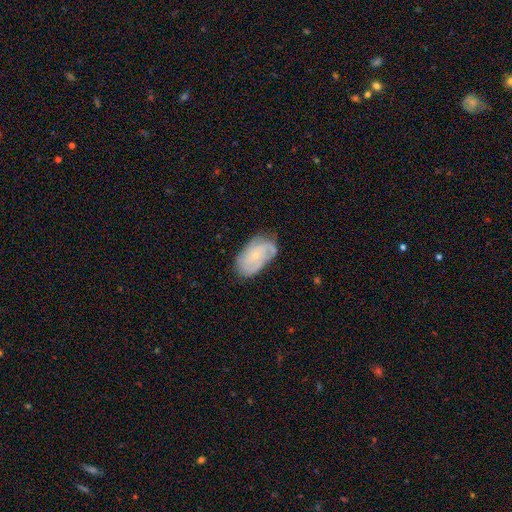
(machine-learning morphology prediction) A featured or disk galaxy (61%) with no bar (75%), spiral arms (83%) and a small central bulge (77%).

Vote fractions:
- Smooth or featured? featured or disk: 61% / smooth: 32% / star or artifact: 7%
- Edge-on disk? no: 96% / yes: 4%
- Bar? no: 75% / weak: 21% / strong: 4%
- Spiral arms? yes: 83% / no: 17%
- Bulge size? small: 77% / moderate: 17% / none: 4% / large: 1% / dominant: 1%
- Merging? none: 59% / minor disturbance: 29% / major disturbance: 9% / merger: 2%